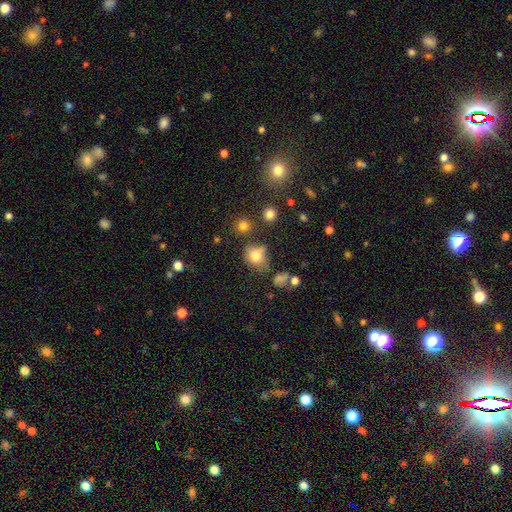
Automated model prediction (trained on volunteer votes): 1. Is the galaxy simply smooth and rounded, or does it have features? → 74% smooth, 14% star or artifact, 12% featured or disk.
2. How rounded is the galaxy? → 54% round, 44% in between, 1% cigar-shaped.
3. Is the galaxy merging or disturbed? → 46% none, 26% minor disturbance, 15% major disturbance, 12% merger.